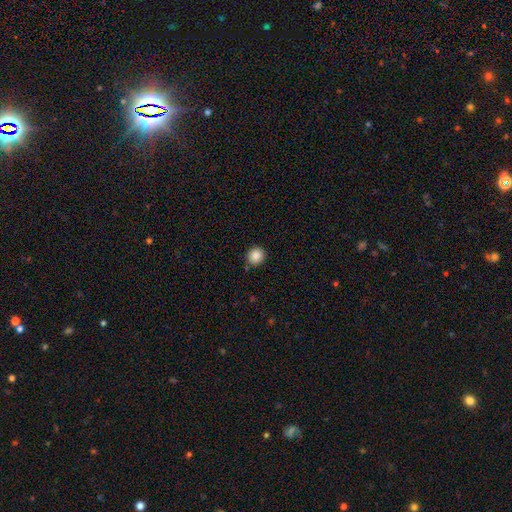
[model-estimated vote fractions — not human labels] Smooth or featured?
  - smooth: 87% *
  - star or artifact: 10%
  - featured or disk: 3%
How rounded?
  - round: 90% *
  - in between: 9%
  - cigar-shaped: 1%
Merging?
  - none: 85% *
  - minor disturbance: 10%
  - merger: 3%
  - major disturbance: 2%